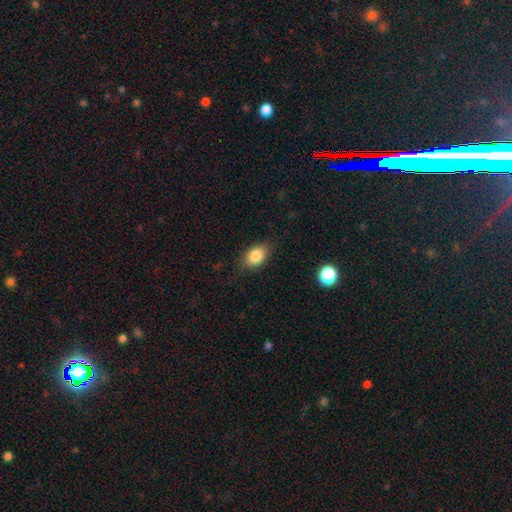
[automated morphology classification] Smooth or featured? smooth (84%)
How rounded? in between (79%)
Merging? none (79%)